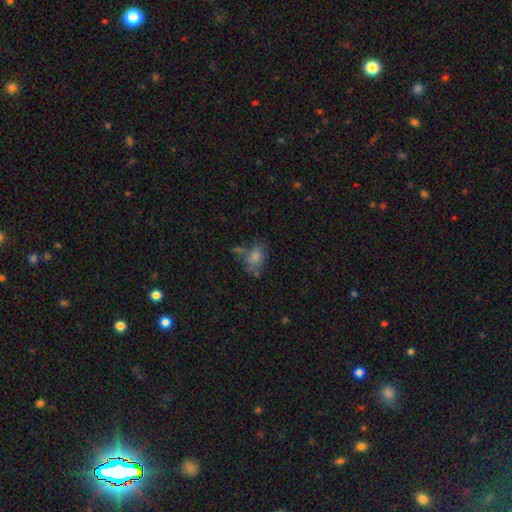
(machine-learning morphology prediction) Smooth or featured? Predicted: smooth (p=0.63). How rounded? Predicted: in between (p=0.75). Merging? Predicted: none (p=0.44).